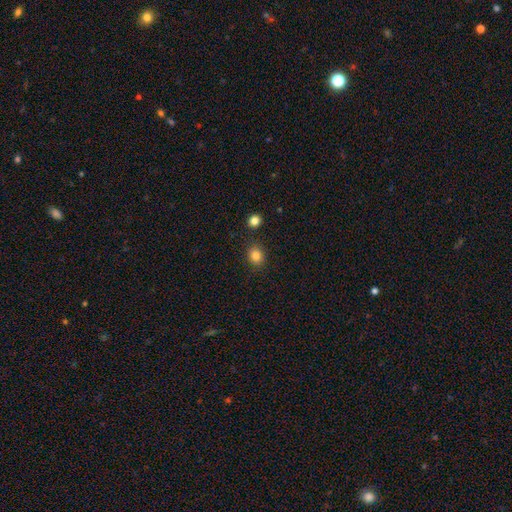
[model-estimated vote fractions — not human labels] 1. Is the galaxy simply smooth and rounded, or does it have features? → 84% smooth, 11% star or artifact, 5% featured or disk.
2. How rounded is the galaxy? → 71% round, 28% in between, 1% cigar-shaped.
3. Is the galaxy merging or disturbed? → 87% none, 8% minor disturbance, 3% merger, 2% major disturbance.